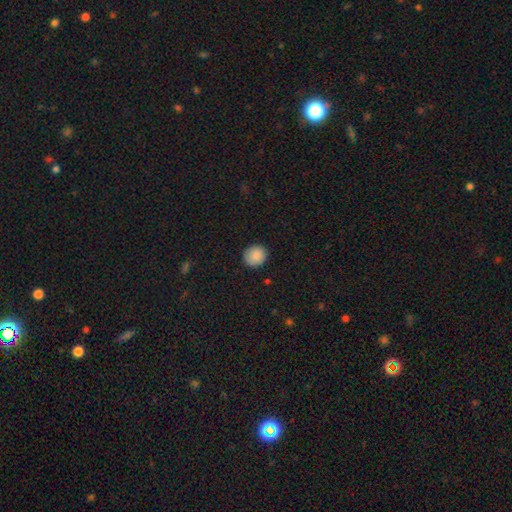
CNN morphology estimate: smooth_or_featured: smooth (p=0.88) [alt: star or artifact p=0.08]
how_rounded: round (p=0.86) [alt: in between p=0.13]
merging: none (p=0.89) [alt: minor disturbance p=0.08]